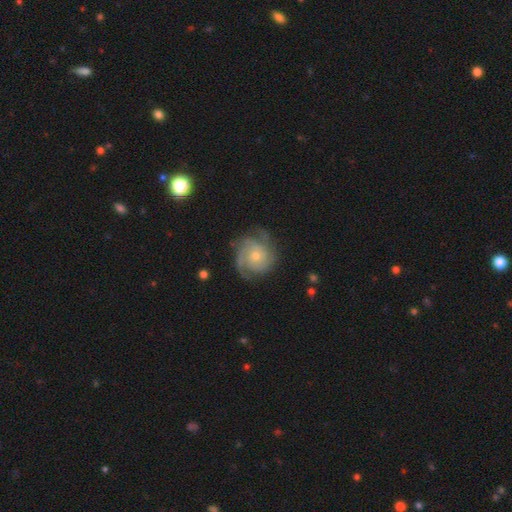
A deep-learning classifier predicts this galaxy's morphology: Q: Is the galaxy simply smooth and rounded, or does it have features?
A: featured or disk — 84%.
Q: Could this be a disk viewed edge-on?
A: no — 98%.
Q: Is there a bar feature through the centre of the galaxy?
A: no — 80%.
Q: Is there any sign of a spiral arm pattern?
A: yes — 97%.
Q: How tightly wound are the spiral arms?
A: tight — 60%.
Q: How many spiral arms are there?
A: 3 — 38%.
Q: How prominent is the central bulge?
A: small — 63%.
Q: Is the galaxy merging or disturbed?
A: none — 75%.